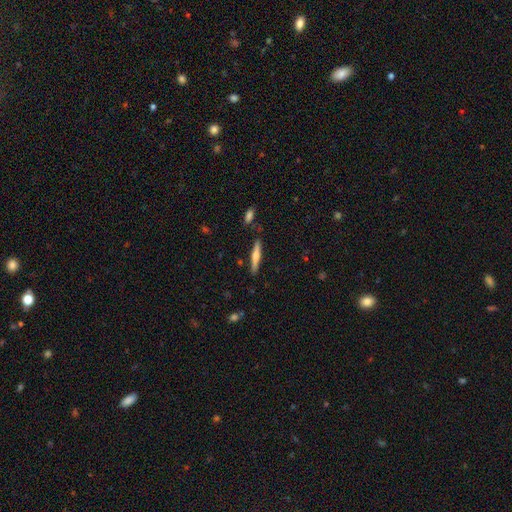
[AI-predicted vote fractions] smooth_or_featured: featured or disk (p=0.49) [alt: smooth p=0.45]
merging: none (p=0.86) [alt: minor disturbance p=0.09]